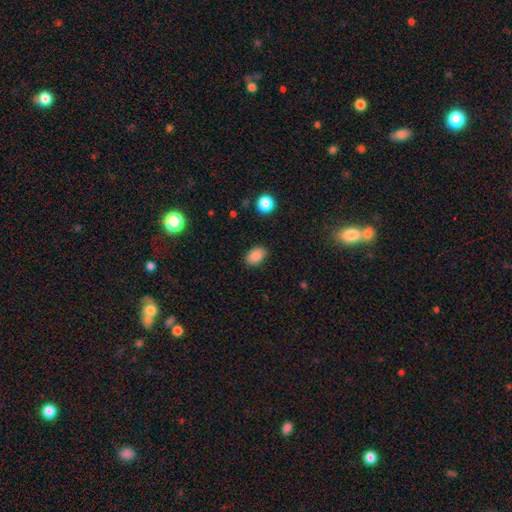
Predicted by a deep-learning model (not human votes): The model was most divided on "how rounded": in between: 86%, round: 12%, cigar-shaped: 1%. More confident: smooth or featured — smooth (88%); merging — none (86%).